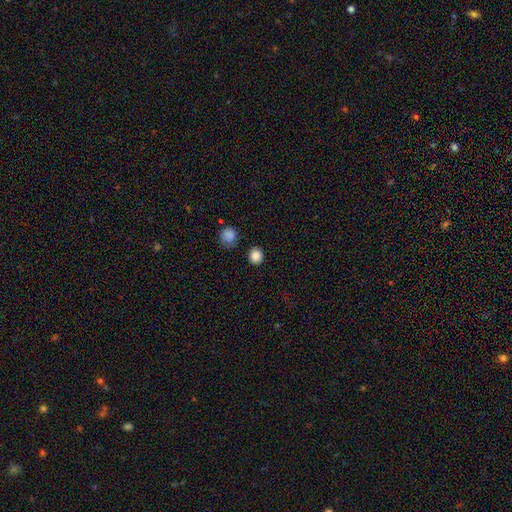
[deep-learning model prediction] smooth-or-featured: smooth: 86% | star or artifact: 11% | featured or disk: 3%
  how-rounded: round: 78% | in between: 21% | cigar-shaped: 1%
  merging: none: 85% | minor disturbance: 9% | merger: 3% | major disturbance: 3%